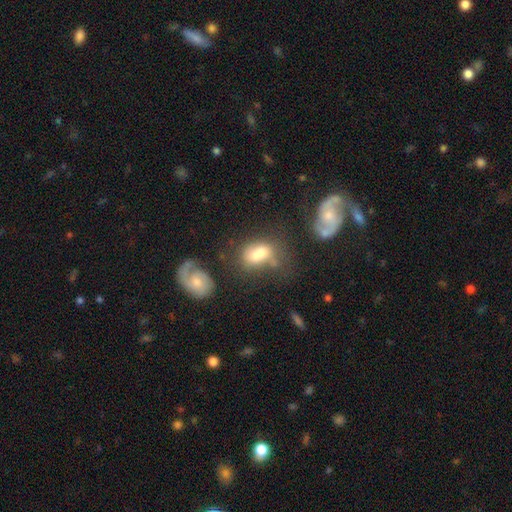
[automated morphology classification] A smooth galaxy with no disk features (64%) that is in between round and cigar-shaped (80%).

Vote fractions:
- Smooth or featured? smooth: 64% / featured or disk: 25% / star or artifact: 11%
- How rounded? in between: 80% / round: 18% / cigar-shaped: 3%
- Merging? merger: 34% / none: 29% / minor disturbance: 19% / major disturbance: 18%